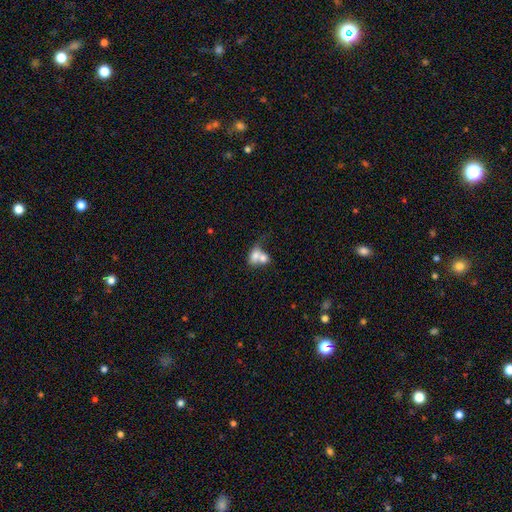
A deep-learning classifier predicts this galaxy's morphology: smooth_or_featured: smooth (p=0.69) [alt: featured or disk p=0.22]
how_rounded: in between (p=0.64) [alt: round p=0.34]
merging: merger (p=0.74) [alt: none p=0.13]